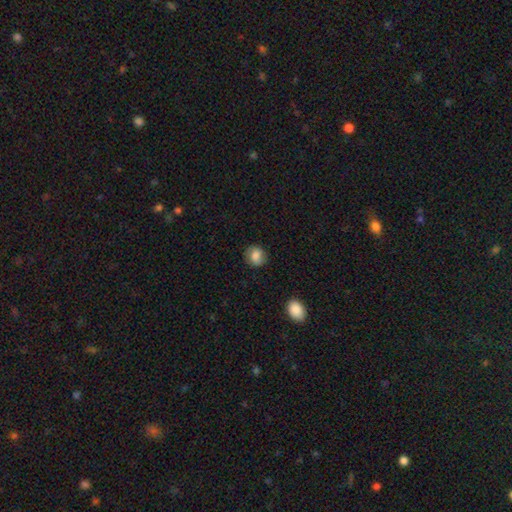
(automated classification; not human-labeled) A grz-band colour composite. It shows a smooth galaxy with no disk features (80%) that is round (76%). Merging: none (82%).